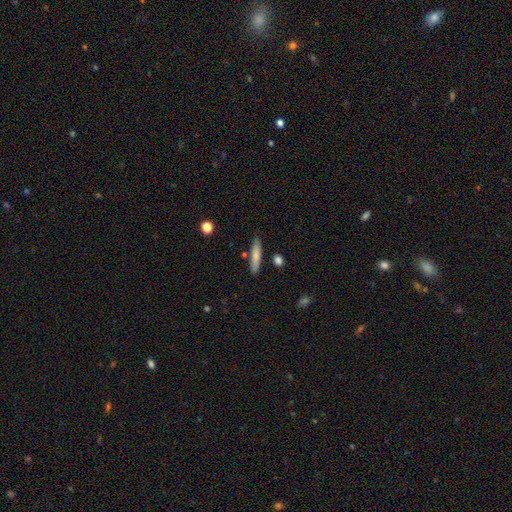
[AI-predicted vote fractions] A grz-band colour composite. It shows a smooth galaxy with no disk features (78%) that is cigar-shaped (85%). Merging: none (83%).